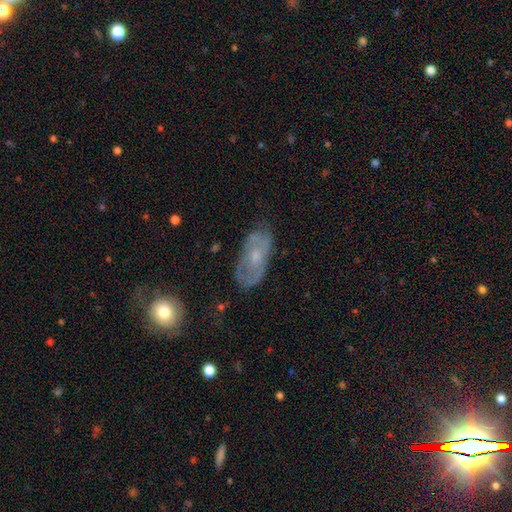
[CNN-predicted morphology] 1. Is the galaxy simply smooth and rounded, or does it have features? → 60% featured or disk, 31% smooth, 9% star or artifact.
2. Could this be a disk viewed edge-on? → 91% no, 9% yes.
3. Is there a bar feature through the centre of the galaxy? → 78% no, 19% weak, 3% strong.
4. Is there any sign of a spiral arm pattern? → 60% yes, 40% no.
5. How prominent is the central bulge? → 58% small, 35% moderate, 5% none, 2% large, 1% dominant.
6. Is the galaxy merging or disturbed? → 70% none, 21% minor disturbance, 7% major disturbance, 2% merger.